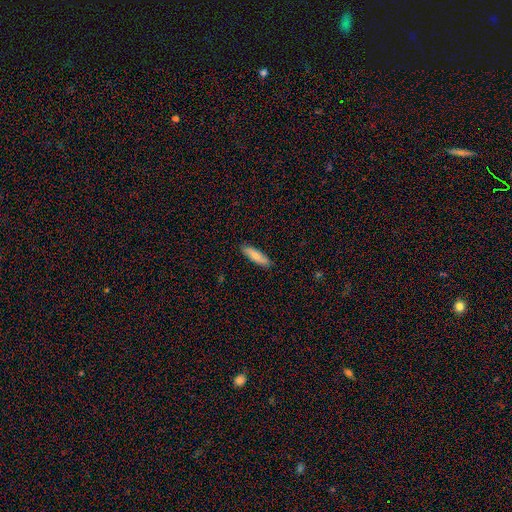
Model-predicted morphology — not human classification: smooth-or-featured: smooth: 76% | featured or disk: 19% | star or artifact: 6%
  how-rounded: cigar-shaped: 59% | in between: 39% | round: 2%
  merging: none: 87% | minor disturbance: 10% | major disturbance: 2% | merger: 1%